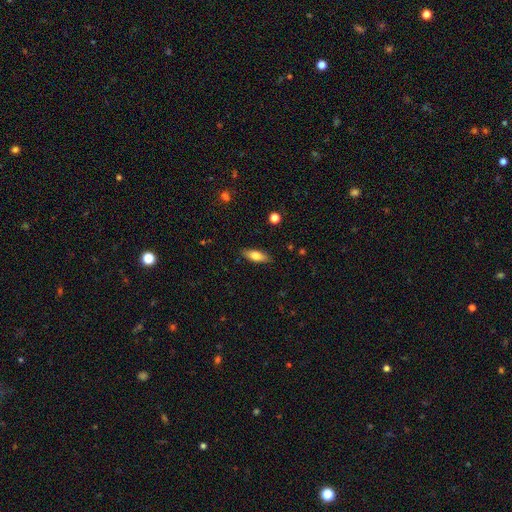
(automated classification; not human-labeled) Morphology: type=smooth (74%); roundness=in between (66%); merging=none (87%).